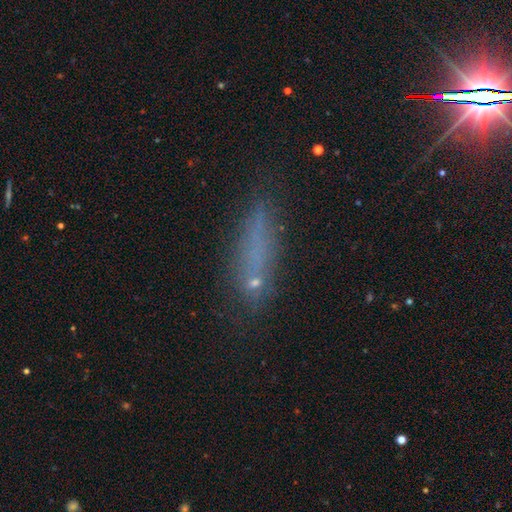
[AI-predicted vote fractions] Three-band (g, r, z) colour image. It shows a smooth galaxy with no disk features (56%) that is cigar-shaped (73%). Merging: none (70%).